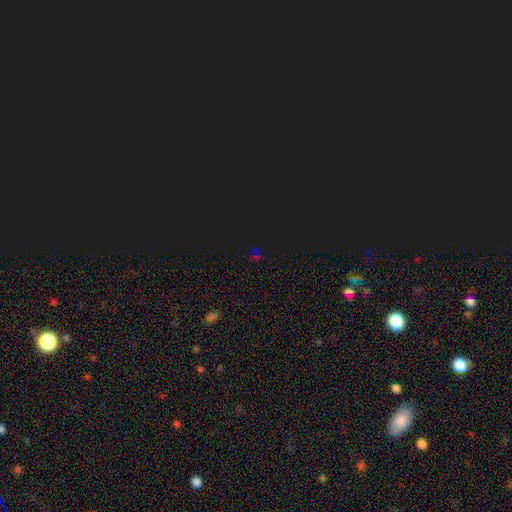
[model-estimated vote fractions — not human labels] A star or artifact, not a galaxy (72%).

Vote fractions:
- Smooth or featured? star or artifact: 72% / smooth: 20% / featured or disk: 7%